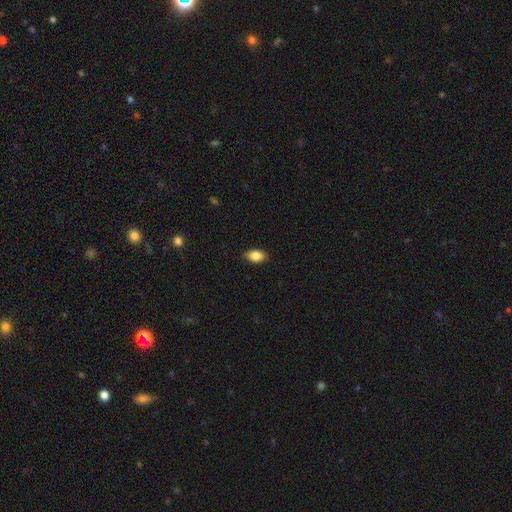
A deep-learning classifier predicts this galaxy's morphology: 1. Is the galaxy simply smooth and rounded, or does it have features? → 85% smooth, 8% star or artifact, 8% featured or disk.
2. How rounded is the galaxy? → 89% in between, 8% round, 3% cigar-shaped.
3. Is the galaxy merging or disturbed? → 87% none, 10% minor disturbance, 2% major disturbance, 1% merger.